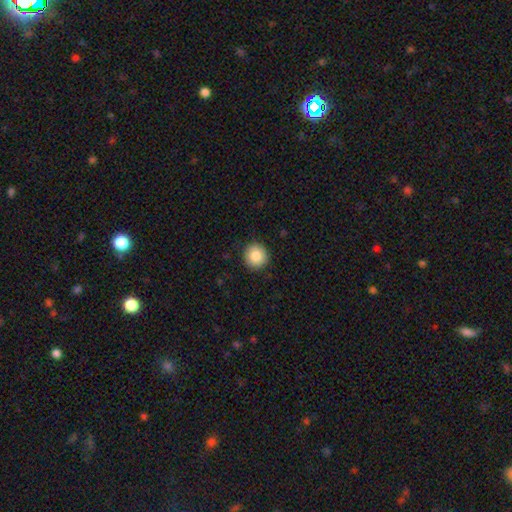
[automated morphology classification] The model was most divided on "smooth or featured": smooth: 85%, star or artifact: 8%, featured or disk: 6%. More confident: how rounded — round (94%); merging — none (91%).